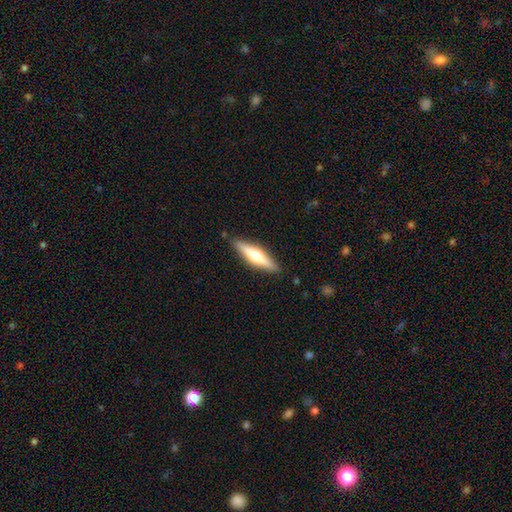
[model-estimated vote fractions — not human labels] A featured or disk galaxy (56%) viewed edge-on (95%) with a rounded central bulge (91%). Merging: none (88%).